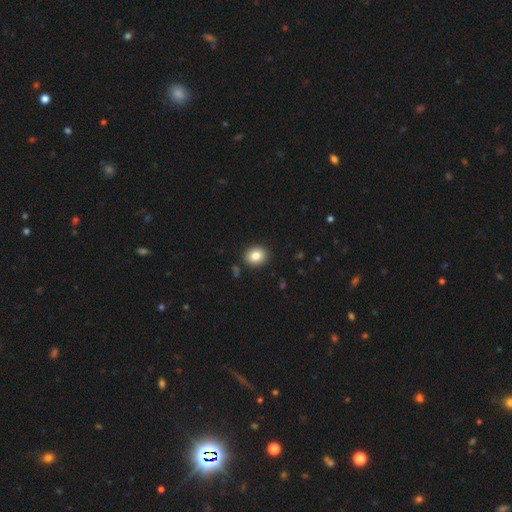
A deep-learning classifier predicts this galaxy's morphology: Smooth or featured: smooth — 83% (star or artifact — 9%)
How rounded: round — 70% (in between — 29%)
Merging: none — 91% (minor disturbance — 6%)